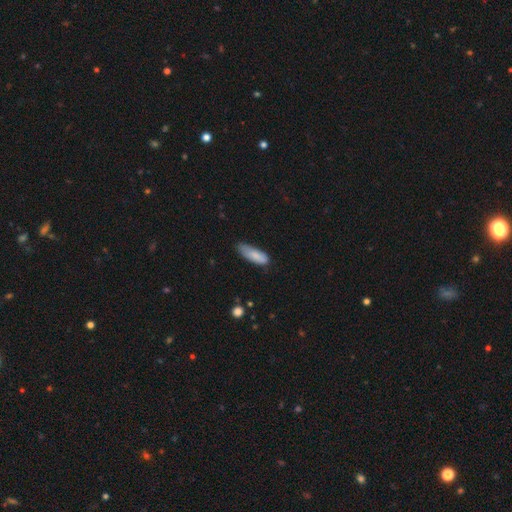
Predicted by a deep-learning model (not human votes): This appears to be a smooth galaxy with no disk features (83%) that is in between round and cigar-shaped (61%). Merging: none (55%).